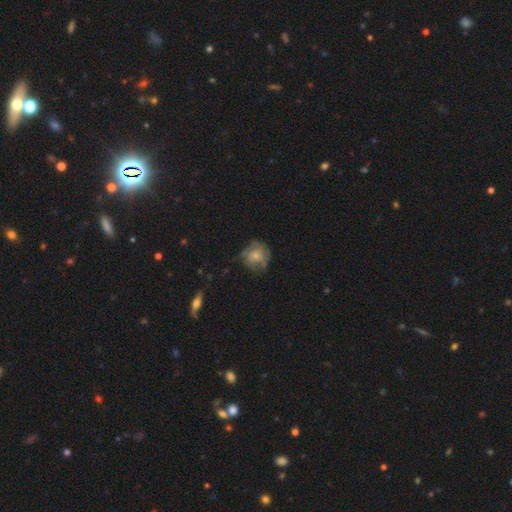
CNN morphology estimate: A smooth galaxy with no disk features (61%) that is round (84%).

Vote fractions:
- Smooth or featured? smooth: 61% / featured or disk: 30% / star or artifact: 9%
- How rounded? round: 84% / in between: 15% / cigar-shaped: 1%
- Merging? none: 58% / minor disturbance: 27% / major disturbance: 13% / merger: 2%